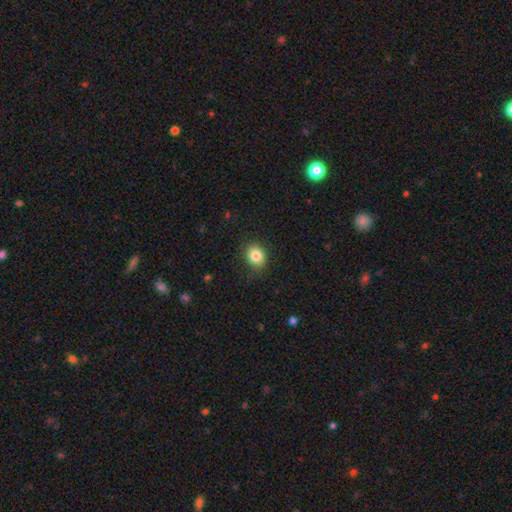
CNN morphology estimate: Overall: smooth (83%). How rounded: round (60%; in between 39%). Merging: none (83%).